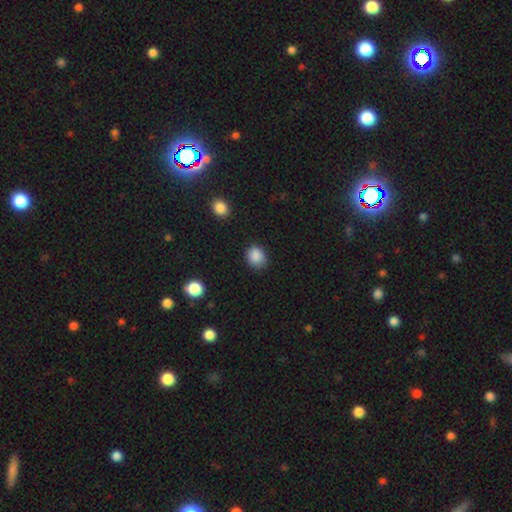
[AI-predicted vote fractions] smooth 88%, star or artifact 9%, featured or disk 3%. Down the decision tree: how rounded — round (63%); merging — none (80%).